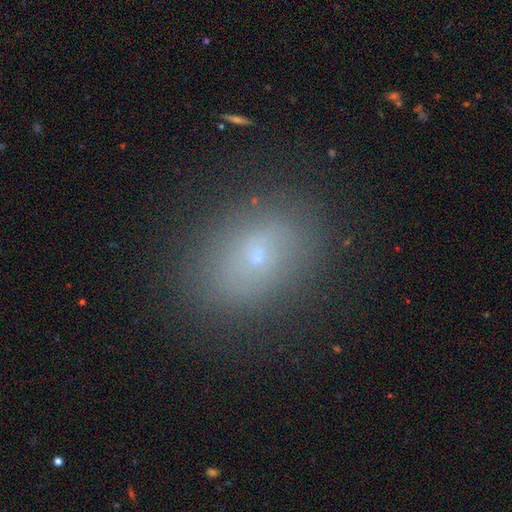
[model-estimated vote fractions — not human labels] smooth_or_featured: smooth (p=0.58) [alt: featured or disk p=0.27]
how_rounded: in between (p=0.67) [alt: round p=0.31]
merging: none (p=0.83) [alt: minor disturbance p=0.12]